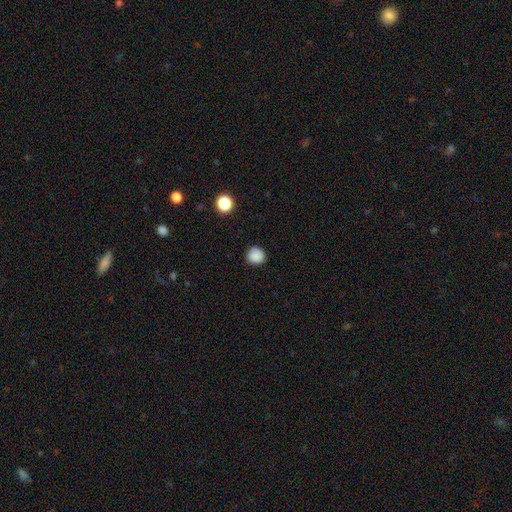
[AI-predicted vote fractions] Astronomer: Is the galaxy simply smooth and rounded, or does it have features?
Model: smooth — 86%.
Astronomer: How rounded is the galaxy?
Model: round — 89%.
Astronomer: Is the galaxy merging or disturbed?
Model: none — 87%.